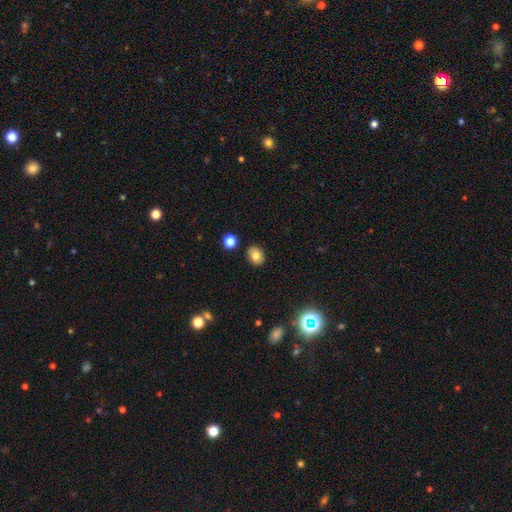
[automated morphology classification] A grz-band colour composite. It shows a smooth galaxy with no disk features (78%) that is in between round and cigar-shaped (51%). Merging: none (87%).